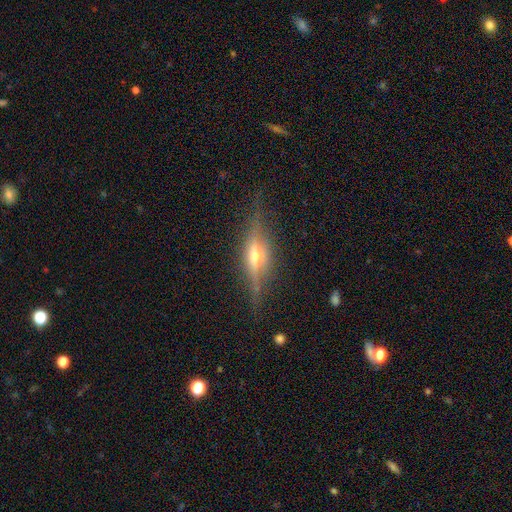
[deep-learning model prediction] smooth-or-featured: featured or disk: 77% | smooth: 14% | star or artifact: 9%
  disk-edge-on: yes: 95% | no: 5%
    edge-on-bulge: rounded: 91% | boxy: 6% | none: 3%
  merging: none: 82% | minor disturbance: 13% | major disturbance: 4% | merger: 1%